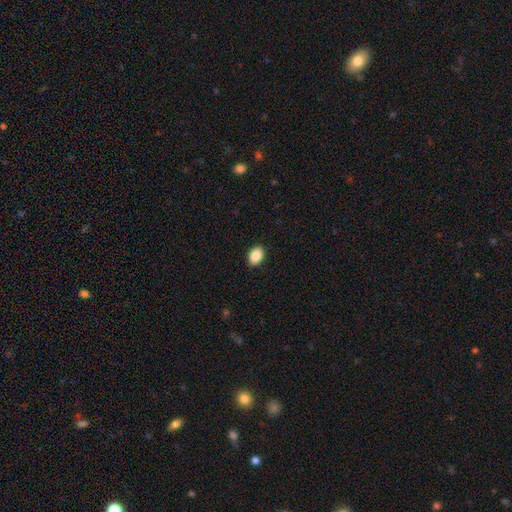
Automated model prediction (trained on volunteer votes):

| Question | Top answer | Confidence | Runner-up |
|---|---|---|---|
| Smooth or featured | smooth | 88% | star or artifact (8%) |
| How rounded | in between | 84% | round (15%) |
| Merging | none | 90% | minor disturbance (7%) |